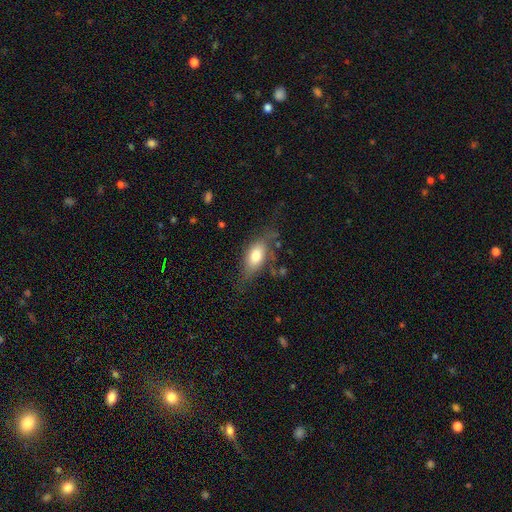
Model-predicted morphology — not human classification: Smooth or featured: smooth — 69% (featured or disk — 23%)
How rounded: in between — 85% (cigar-shaped — 10%)
Merging: none — 56% (minor disturbance — 26%)